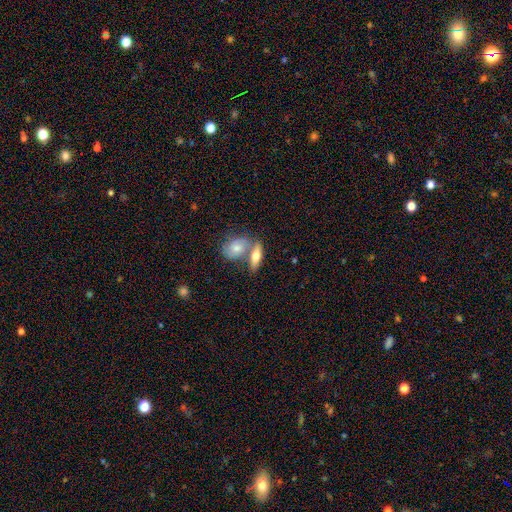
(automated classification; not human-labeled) This appears to be a smooth galaxy with no disk features (59%) that is in between round and cigar-shaped (64%). Merging: merger (45%).